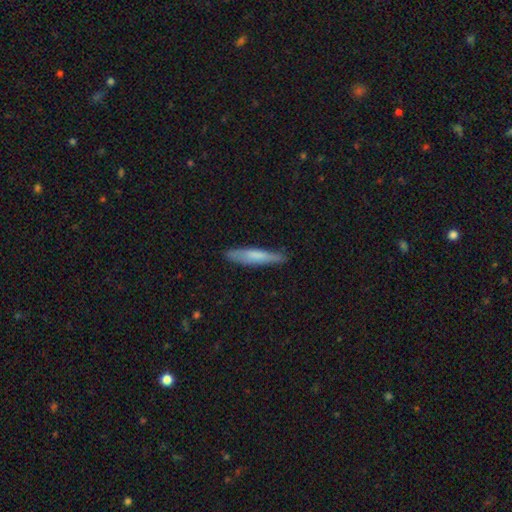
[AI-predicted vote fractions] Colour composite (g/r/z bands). It shows a smooth galaxy with no disk features (69%) that is cigar-shaped (89%). Merging: none (84%).